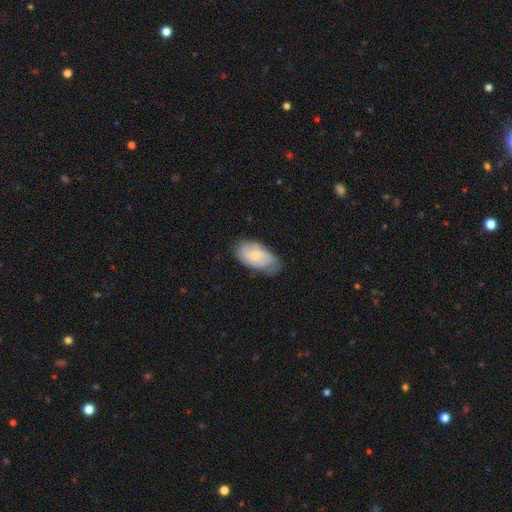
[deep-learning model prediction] This is possibly a smooth galaxy (55%). How rounded: clearly in between (93%). Merging: likely none (62%).